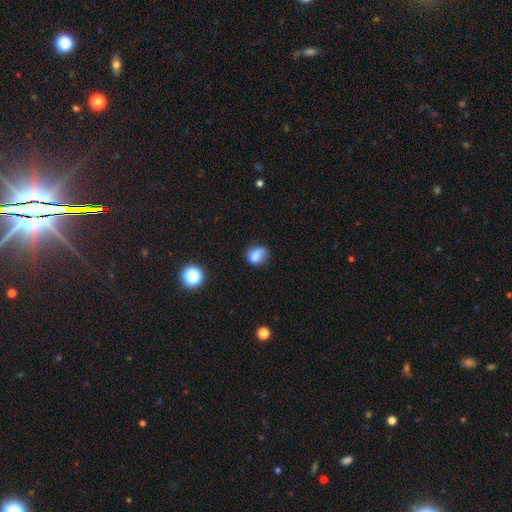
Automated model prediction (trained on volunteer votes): This is likely a smooth galaxy (72%). How rounded: possibly in between (54%). Merging: possibly none (47%).